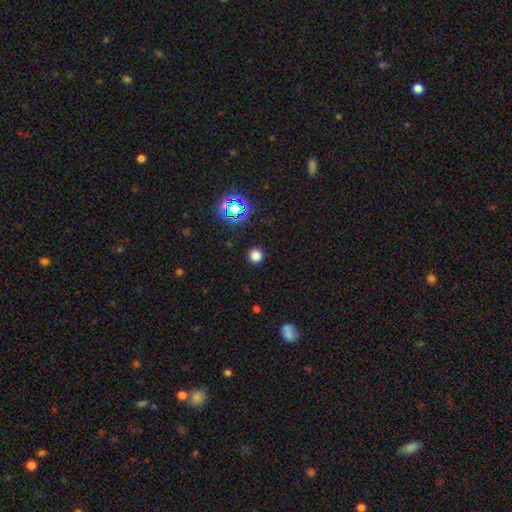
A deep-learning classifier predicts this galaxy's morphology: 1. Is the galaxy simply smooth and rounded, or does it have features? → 76% smooth, 20% star or artifact, 4% featured or disk.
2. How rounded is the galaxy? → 94% round, 5% in between, 1% cigar-shaped.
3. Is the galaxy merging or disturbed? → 92% none, 5% minor disturbance, 2% major disturbance, 1% merger.